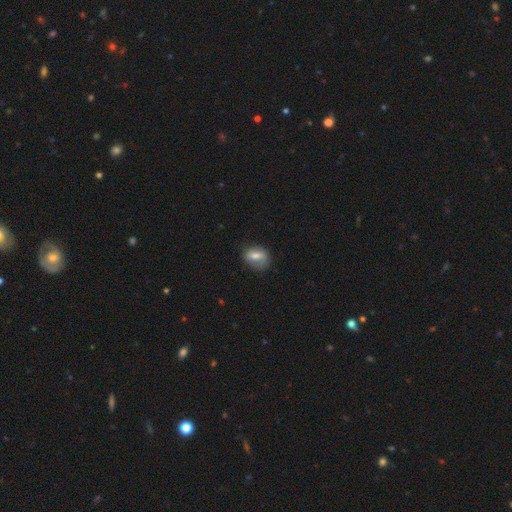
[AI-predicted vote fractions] smooth_or_featured: smooth (p=0.67) [alt: featured or disk p=0.24]
how_rounded: in between (p=0.70) [alt: round p=0.27]
merging: none (p=0.63) [alt: minor disturbance p=0.26]